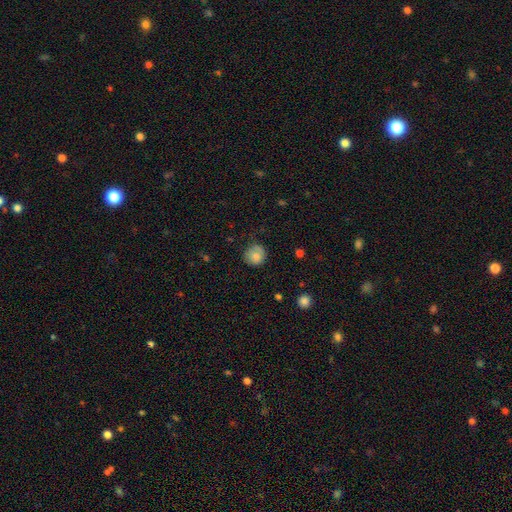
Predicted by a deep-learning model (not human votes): This is likely a smooth galaxy (78%). How rounded: clearly round (88%). Merging: likely none (71%).